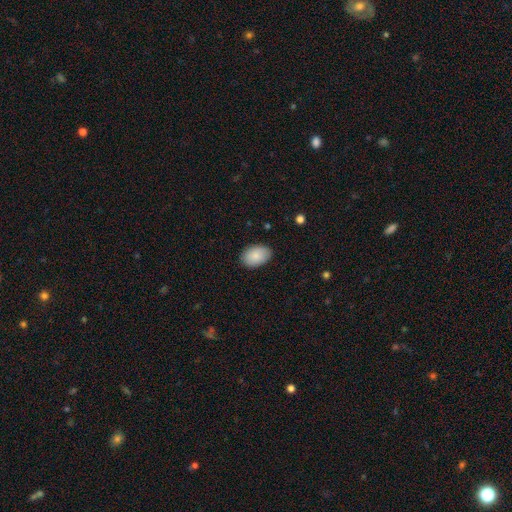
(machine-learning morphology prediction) Q: Smooth or featured?
A: smooth (89%); runner-up: star or artifact (6%)
Q: How rounded?
A: in between (88%); runner-up: round (11%)
Q: Merging?
A: none (87%); runner-up: minor disturbance (10%)